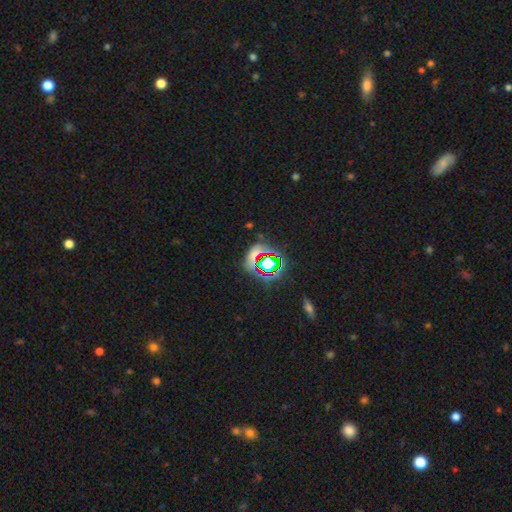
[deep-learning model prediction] star or artifact 60%, smooth 28%, featured or disk 12%.